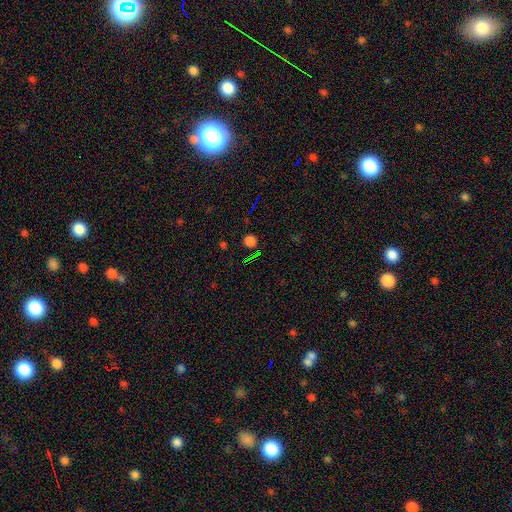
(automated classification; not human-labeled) Smooth or featured?
  - star or artifact: 49% *
  - smooth: 42%
  - featured or disk: 9%